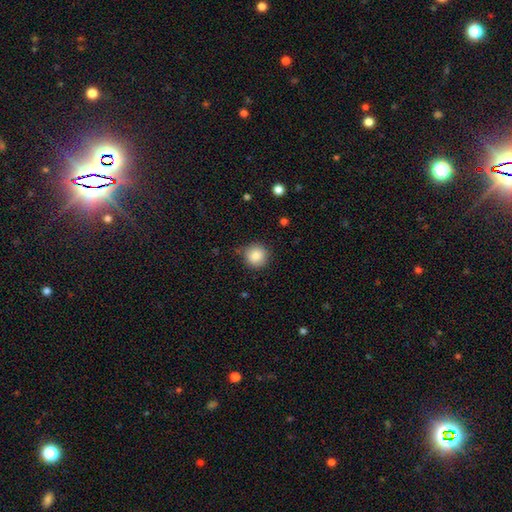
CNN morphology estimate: type=smooth (85%); roundness=round (93%); merging=none (80%).